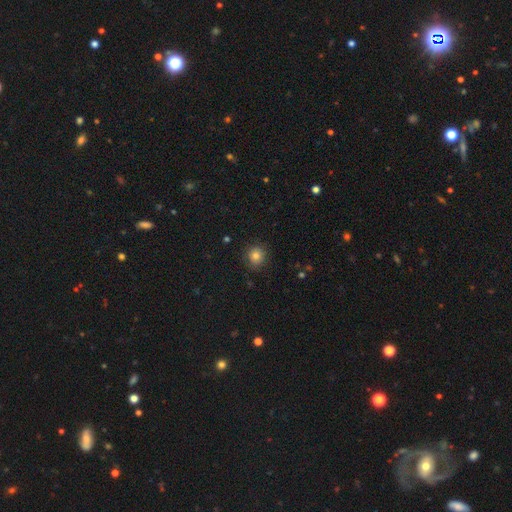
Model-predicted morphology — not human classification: A smooth galaxy with no disk features (79%) that is round (88%). Merging: none (84%).